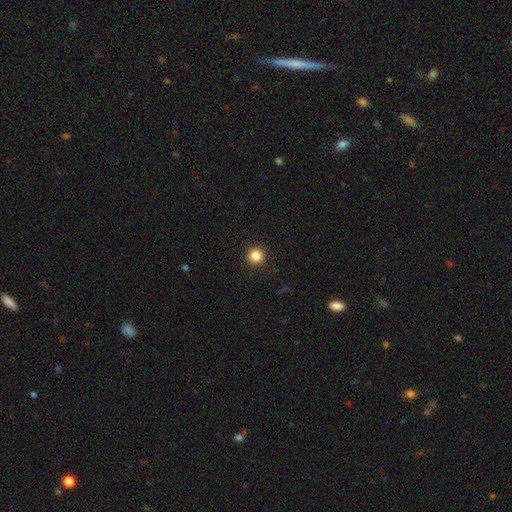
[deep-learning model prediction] This is clearly a smooth galaxy (86%). How rounded: clearly round (96%). Merging: clearly none (93%).